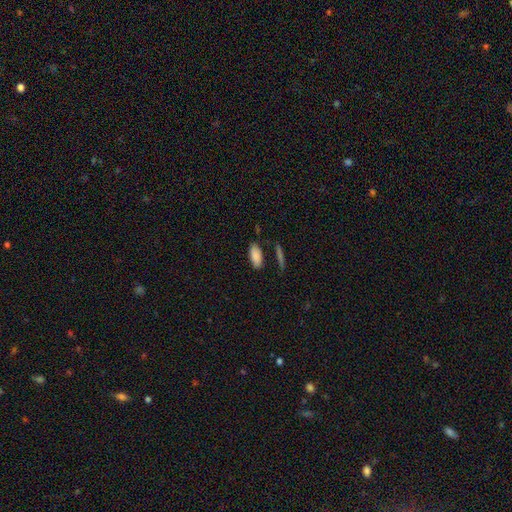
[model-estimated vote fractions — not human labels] The model was most divided on "merging": none: 77%, minor disturbance: 14%, merger: 5%, major disturbance: 4%. More confident: smooth or featured — smooth (87%); how rounded — in between (84%).